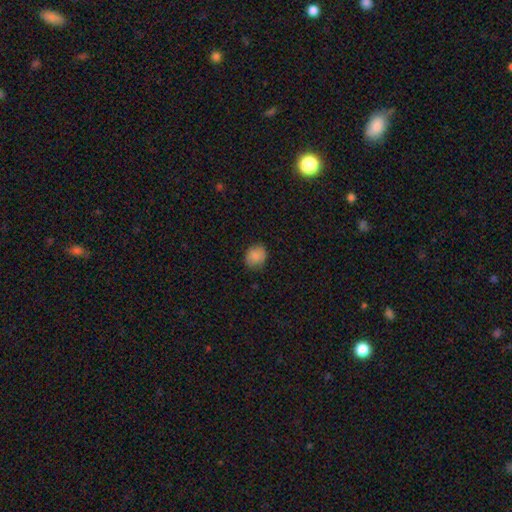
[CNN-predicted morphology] Q: Smooth or featured?
A: smooth (84%); runner-up: star or artifact (8%)
Q: How rounded?
A: round (69%); runner-up: in between (30%)
Q: Merging?
A: none (81%); runner-up: minor disturbance (15%)